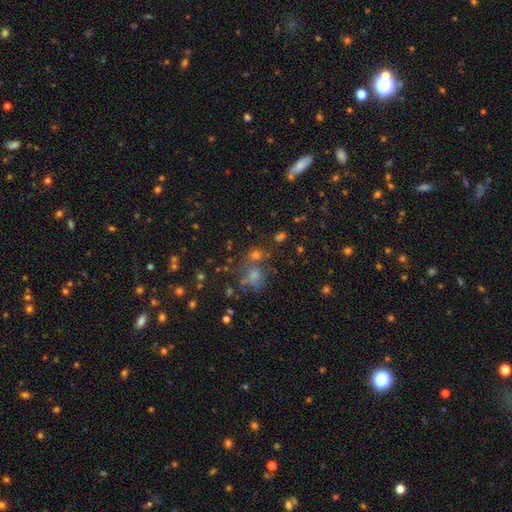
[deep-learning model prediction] Overall: smooth (47%; star or artifact 38%). Merging: none (59%; merger 21%).